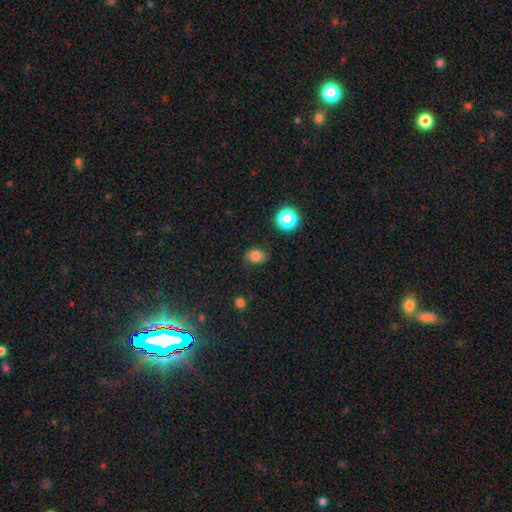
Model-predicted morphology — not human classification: This appears to be a smooth galaxy with no disk features (77%) that is in between round and cigar-shaped (70%). Merging: none (75%).